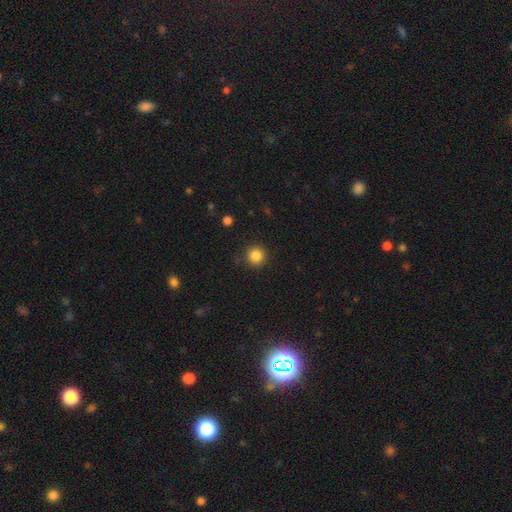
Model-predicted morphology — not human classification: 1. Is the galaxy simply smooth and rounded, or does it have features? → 85% smooth, 11% star or artifact, 4% featured or disk.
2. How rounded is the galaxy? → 95% round, 4% in between, 1% cigar-shaped.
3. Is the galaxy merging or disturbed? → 90% none, 6% minor disturbance, 2% major disturbance, 1% merger.